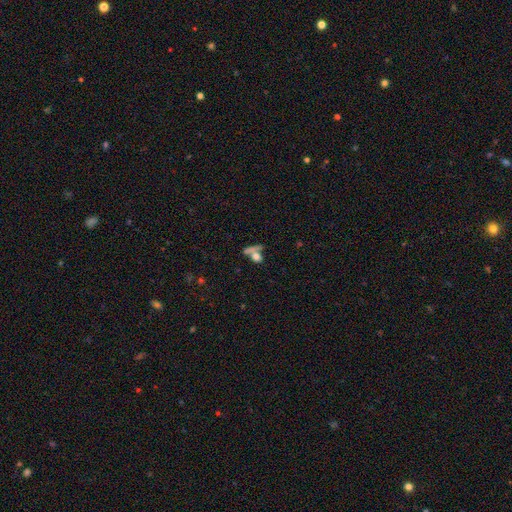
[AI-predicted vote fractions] This is likely a smooth galaxy (70%). How rounded: possibly in between (46%). Merging: marginally merger (41%).